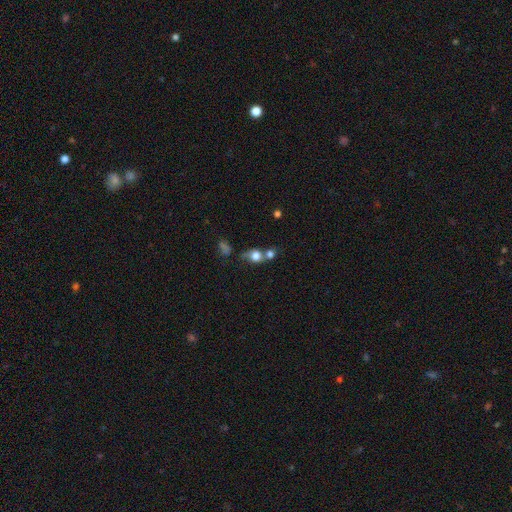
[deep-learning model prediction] smooth_or_featured: smooth (p=0.69) [alt: featured or disk p=0.19]
how_rounded: round (p=0.65) [alt: in between p=0.32]
merging: merger (p=0.51) [alt: none p=0.28]